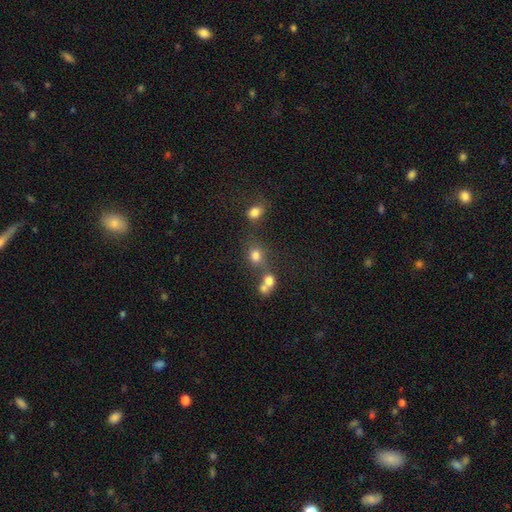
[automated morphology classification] A smooth galaxy with no disk features (75%) that is round (72%). Merging: none (51%).